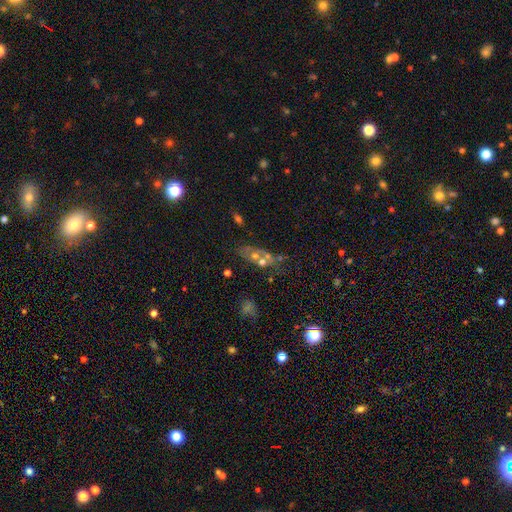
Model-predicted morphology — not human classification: type=smooth (37%); merging=none (54%).